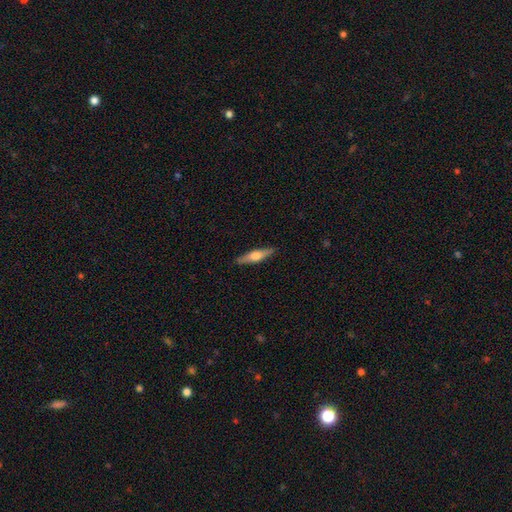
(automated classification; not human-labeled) Smooth or featured? Predicted: featured or disk (p=0.49). Merging? Predicted: none (p=0.89).